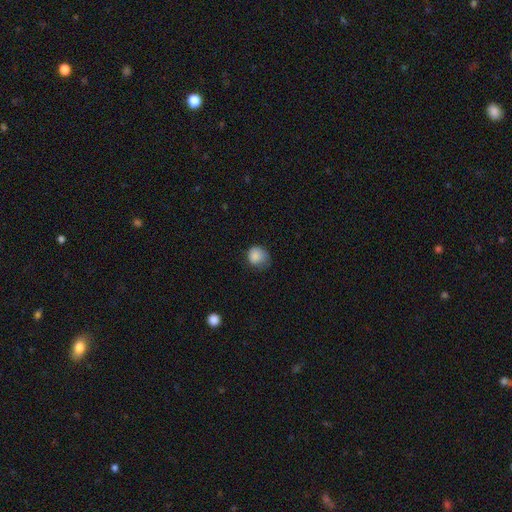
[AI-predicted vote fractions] smooth-or-featured: smooth: 86% | star or artifact: 8% | featured or disk: 5%
  how-rounded: round: 78% | in between: 22% | cigar-shaped: 1%
  merging: none: 53% | minor disturbance: 33% | major disturbance: 12% | merger: 1%